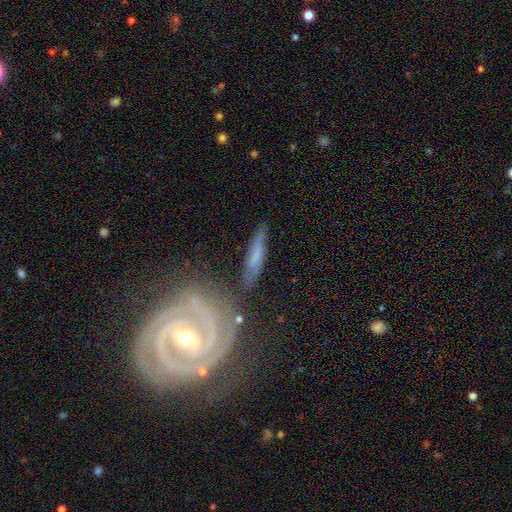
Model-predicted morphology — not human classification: A featured or disk galaxy (51%).

Vote fractions:
- Smooth or featured? featured or disk: 51% / smooth: 40% / star or artifact: 9%
- Edge-on disk? no: 53% / yes: 47%
- Merging? none: 63% / minor disturbance: 20% / merger: 8% / major disturbance: 8%